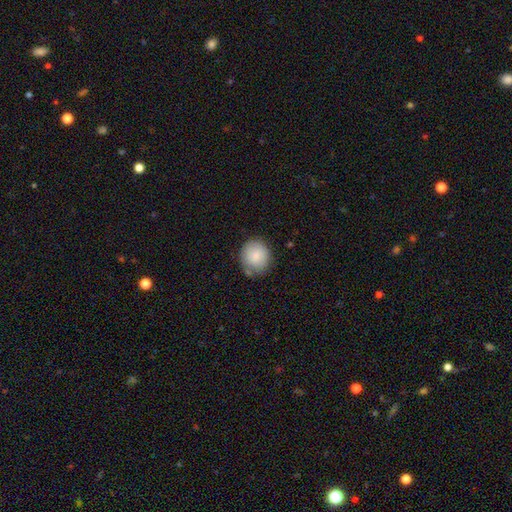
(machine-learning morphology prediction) smooth-or-featured: smooth: 87% | star or artifact: 7% | featured or disk: 7%
  how-rounded: round: 86% | in between: 13% | cigar-shaped: 1%
  merging: none: 74% | minor disturbance: 18% | major disturbance: 4% | merger: 4%